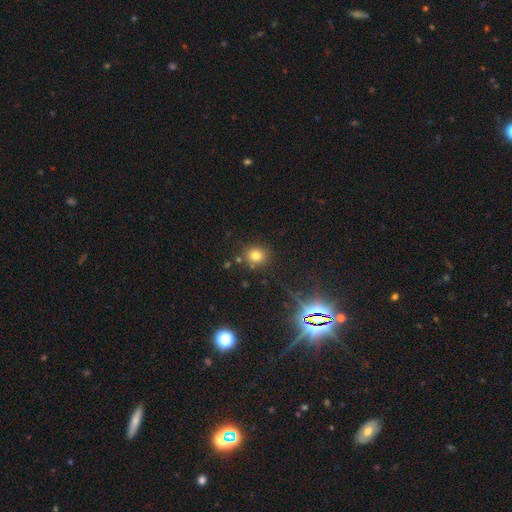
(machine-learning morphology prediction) The model was most divided on "smooth or featured": smooth: 76%, star or artifact: 17%, featured or disk: 8%. More confident: how rounded — round (82%); merging — none (81%).